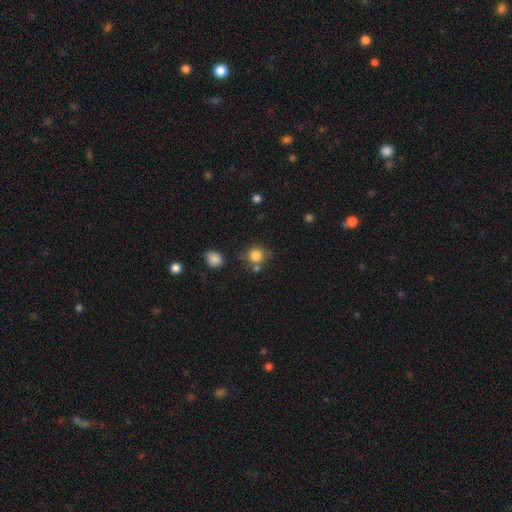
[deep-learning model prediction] smooth 82%, star or artifact 11%, featured or disk 6%. Down the decision tree: how rounded — round (87%); merging — none (68%).